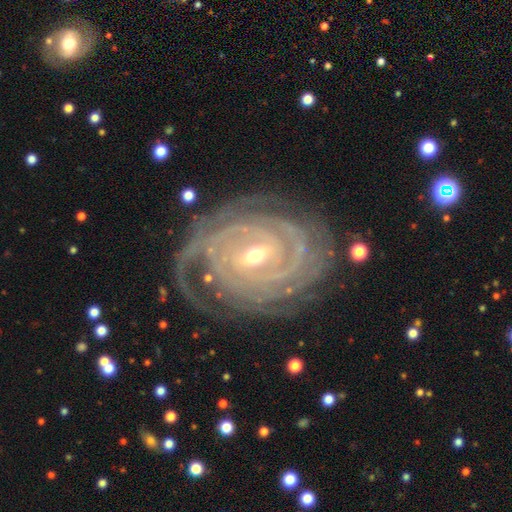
Morphology: type=featured or disk (93%); edge-on=no (95%); bar=weak (72%); spiral arms=yes (97%); winding=tight (89%); arm count=3 (40%); bulge=small (64%); merging=none (79%).